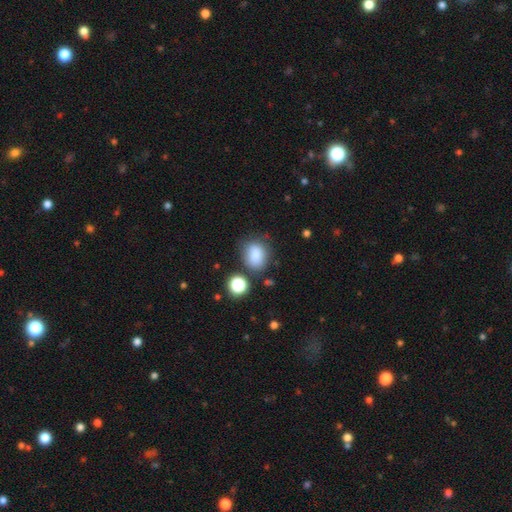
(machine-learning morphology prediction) Smooth or featured?
  - smooth: 83% *
  - star or artifact: 11%
  - featured or disk: 6%
How rounded?
  - in between: 55% *
  - round: 44%
  - cigar-shaped: 1%
Merging?
  - none: 68% *
  - minor disturbance: 19%
  - merger: 8%
  - major disturbance: 6%